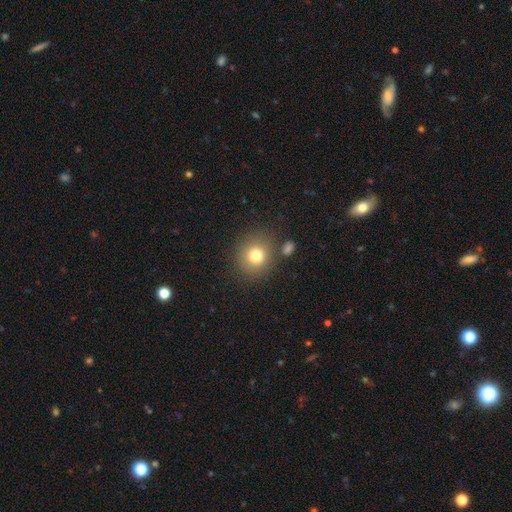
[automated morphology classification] A smooth galaxy with no disk features (76%) that is round (85%). Merging: none (80%).